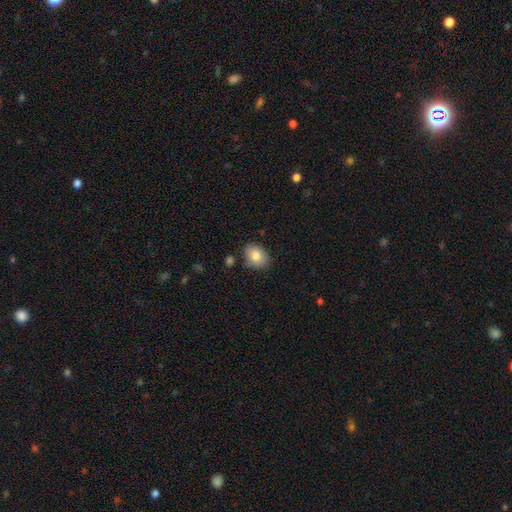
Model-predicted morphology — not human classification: smooth-or-featured: smooth: 82% | featured or disk: 10% | star or artifact: 8%
  how-rounded: in between: 65% | round: 34% | cigar-shaped: 1%
  merging: none: 80% | minor disturbance: 14% | merger: 3% | major disturbance: 3%